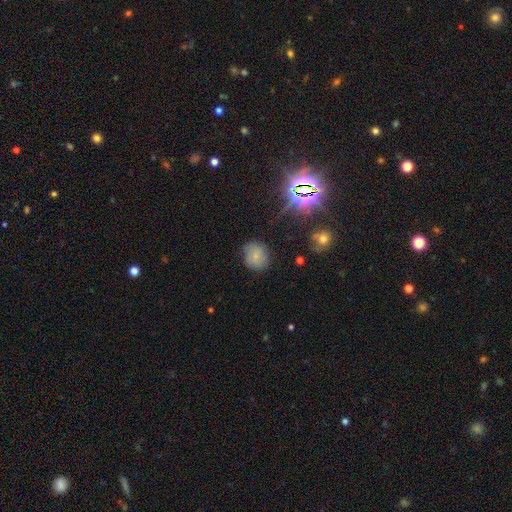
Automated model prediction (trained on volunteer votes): Smooth or featured? smooth (64%)
How rounded? round (68%)
Merging? none (75%)